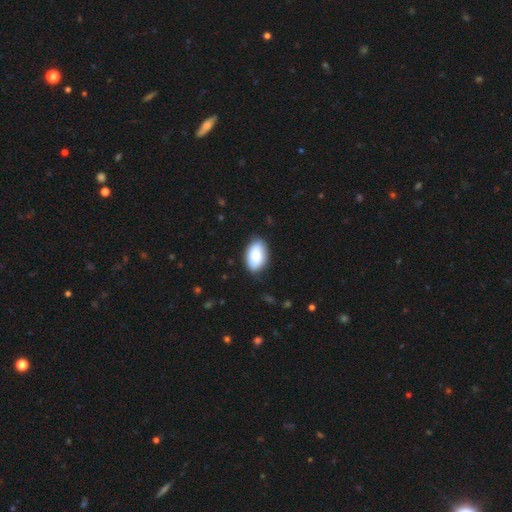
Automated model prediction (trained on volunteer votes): smooth_or_featured: smooth (p=0.88) [alt: featured or disk p=0.06]
how_rounded: in between (p=0.94) [alt: round p=0.05]
merging: none (p=0.82) [alt: minor disturbance p=0.14]